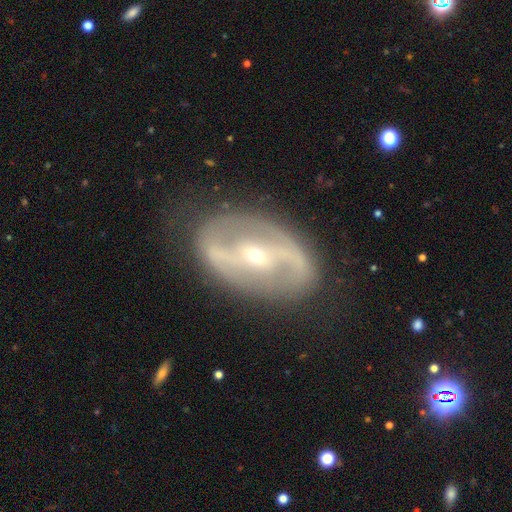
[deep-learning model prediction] Q: Smooth or featured?
A: featured or disk (82%); runner-up: smooth (11%)
Q: Edge-on disk?
A: no (93%); runner-up: yes (7%)
Q: Bar?
A: strong (54%); runner-up: weak (26%)
Q: Spiral arms?
A: yes (63%); runner-up: no (37%)
Q: Bulge size?
A: small (70%); runner-up: moderate (27%)
Q: Merging?
A: none (78%); runner-up: minor disturbance (14%)